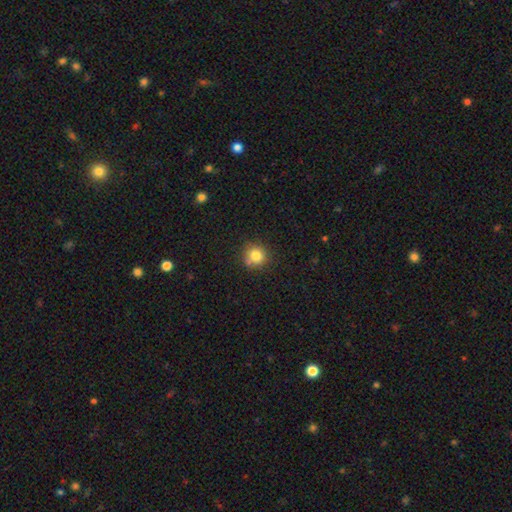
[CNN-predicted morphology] Overall: smooth (81%). How rounded: round (91%). Merging: none (76%).